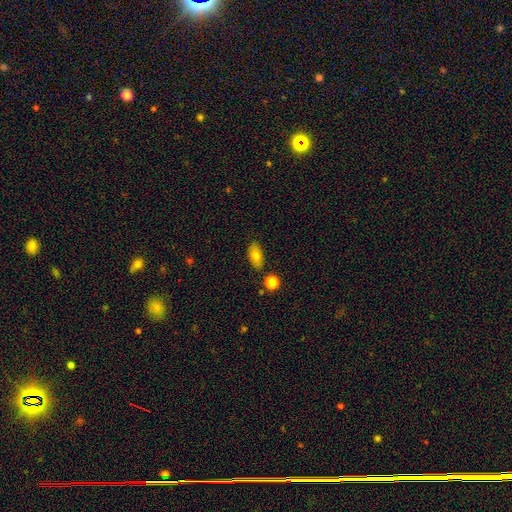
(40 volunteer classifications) Smooth or featured? 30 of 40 (75%) said smooth. How rounded? 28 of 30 (93%) said in between. Merging? 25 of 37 (68%) said none.